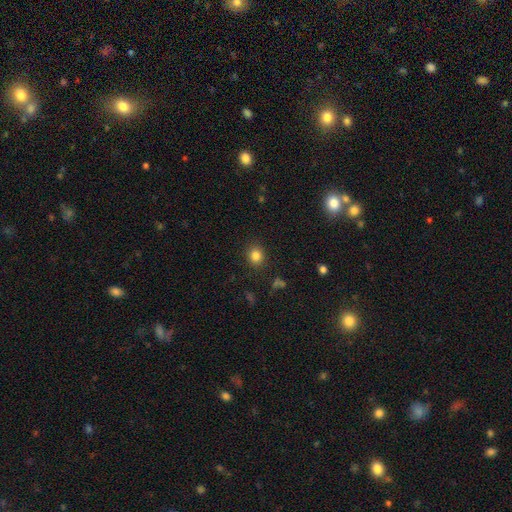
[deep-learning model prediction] Morphology: type=smooth (83%); roundness=round (76%); merging=none (88%).